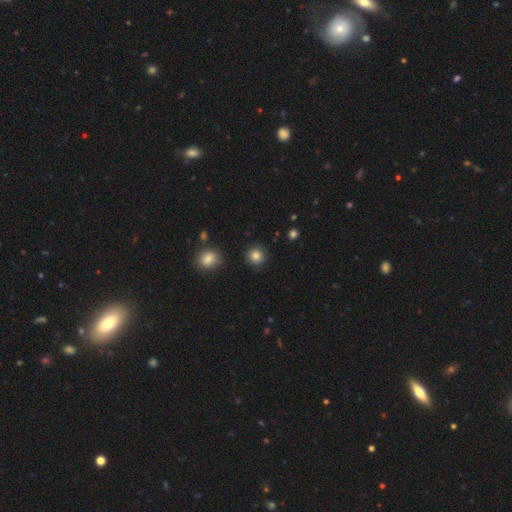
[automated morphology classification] Smooth or featured? Predicted: smooth (p=0.84). How rounded? Predicted: round (p=0.92). Merging? Predicted: none (p=0.89).